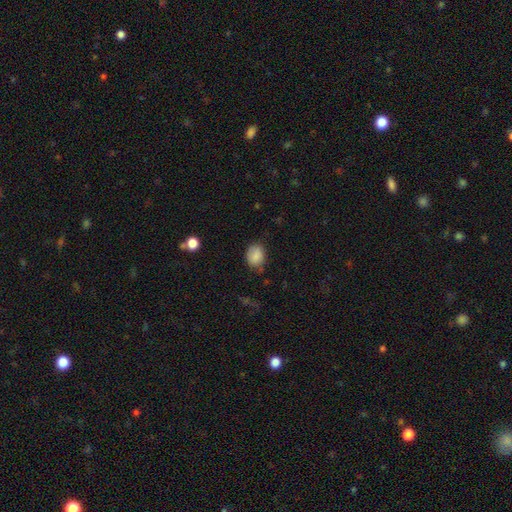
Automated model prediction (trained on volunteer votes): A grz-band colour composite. It shows a smooth galaxy with no disk features (83%) that is in between round and cigar-shaped (58%). Merging: none (67%).